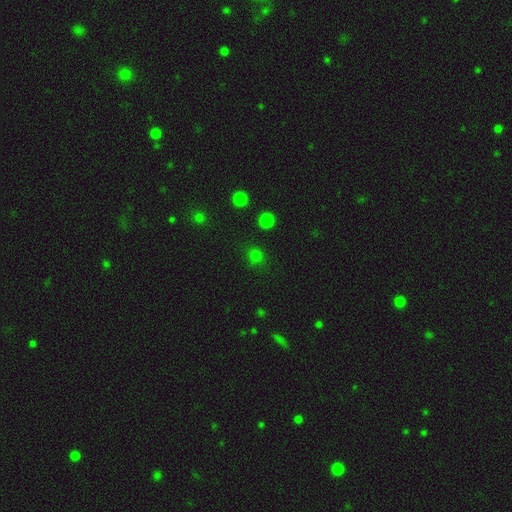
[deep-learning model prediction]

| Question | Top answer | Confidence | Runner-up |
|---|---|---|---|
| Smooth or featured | smooth | 73% | star or artifact (23%) |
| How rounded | round | 90% | in between (9%) |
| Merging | none | 85% | minor disturbance (8%) |